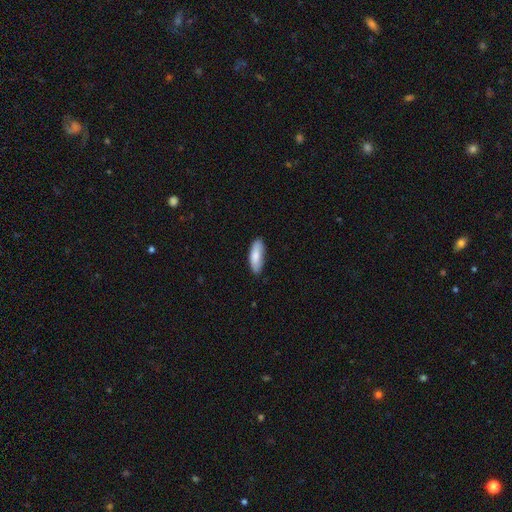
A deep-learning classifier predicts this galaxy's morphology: A smooth galaxy with no disk features (83%) that is in between round and cigar-shaped (64%).

Vote fractions:
- Smooth or featured? smooth: 83% / featured or disk: 12% / star or artifact: 5%
- How rounded? in between: 64% / cigar-shaped: 34% / round: 2%
- Merging? none: 84% / minor disturbance: 13% / major disturbance: 2% / merger: 1%